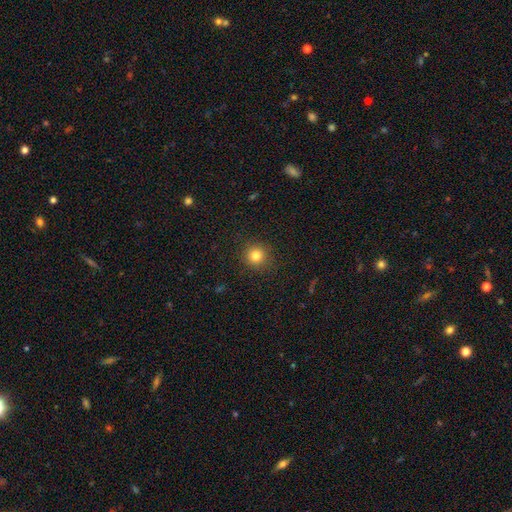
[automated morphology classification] smooth-or-featured: smooth: 82% | star or artifact: 12% | featured or disk: 6%
  how-rounded: round: 93% | in between: 6% | cigar-shaped: 1%
  merging: none: 90% | minor disturbance: 6% | major disturbance: 2% | merger: 1%